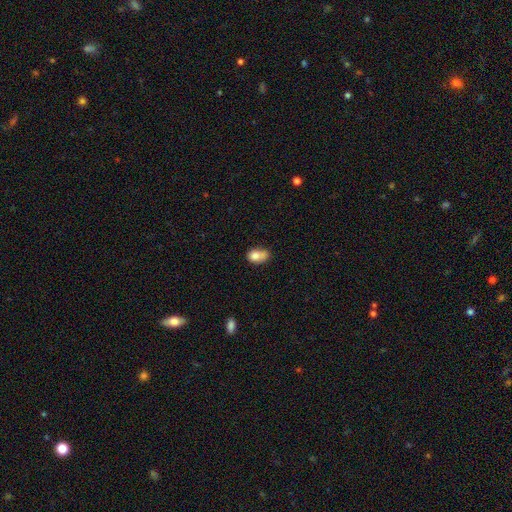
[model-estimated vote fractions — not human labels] The model was most divided on "merging": none: 35%, minor disturbance: 29%, merger: 24%, major disturbance: 11%. More confident: smooth or featured — smooth (77%); how rounded — in between (75%).